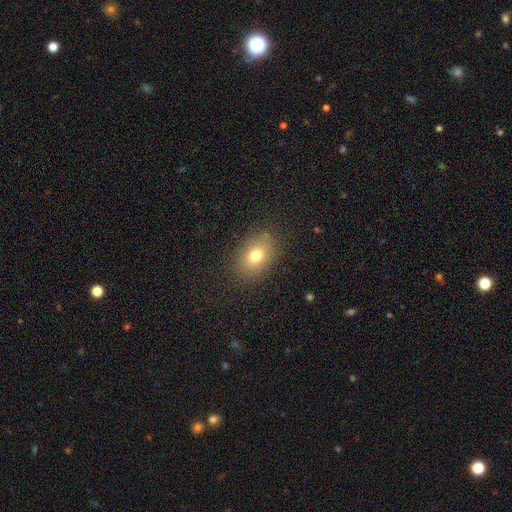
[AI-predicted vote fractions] Smooth or featured?
  - smooth: 75% *
  - featured or disk: 13%
  - star or artifact: 12%
How rounded?
  - in between: 76% *
  - round: 23%
  - cigar-shaped: 1%
Merging?
  - none: 84% *
  - minor disturbance: 11%
  - major disturbance: 4%
  - merger: 1%